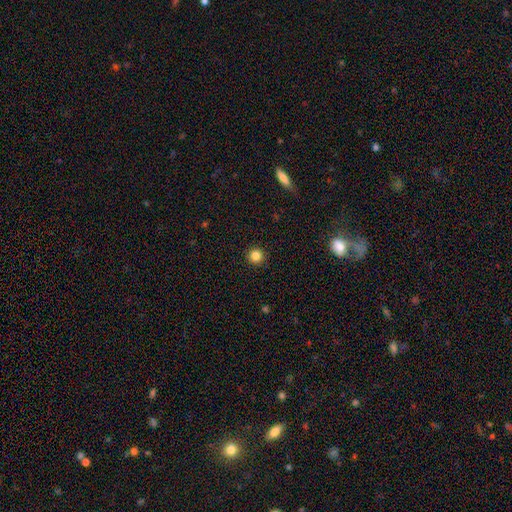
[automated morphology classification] smooth-or-featured: smooth: 84% | star or artifact: 12% | featured or disk: 4%
  how-rounded: round: 96% | in between: 3% | cigar-shaped: 1%
  merging: none: 93% | minor disturbance: 4% | major disturbance: 2% | merger: 1%